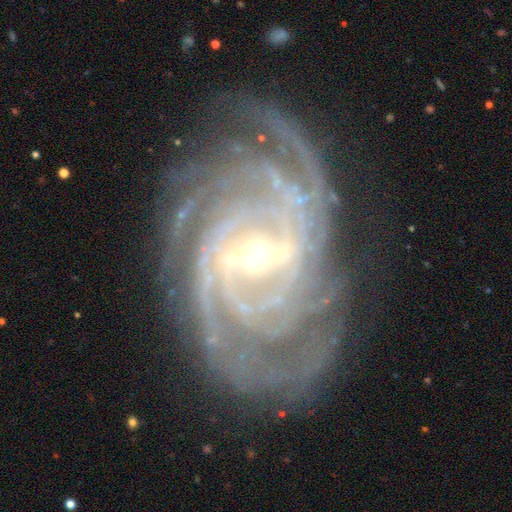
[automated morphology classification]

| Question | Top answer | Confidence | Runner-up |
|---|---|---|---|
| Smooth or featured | featured or disk | 92% | star or artifact (5%) |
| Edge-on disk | no | 97% | yes (3%) |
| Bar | strong | 48% | weak (40%) |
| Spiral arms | yes | 98% | no (2%) |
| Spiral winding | tight | 74% | medium (23%) |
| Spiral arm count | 4 | 29% | more than 4 (21%) |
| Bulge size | small | 58% | moderate (38%) |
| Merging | none | 77% | minor disturbance (15%) |